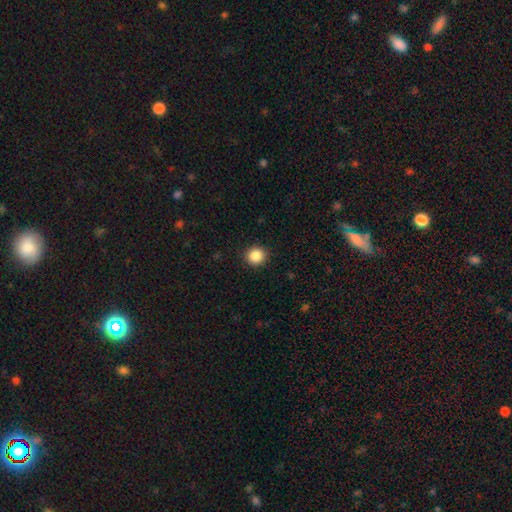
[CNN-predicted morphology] Smooth or featured? Predicted: smooth (p=0.88). How rounded? Predicted: round (p=0.91). Merging? Predicted: none (p=0.91).